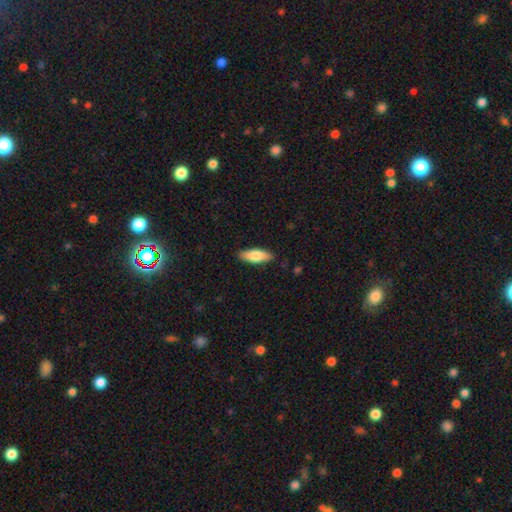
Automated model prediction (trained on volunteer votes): smooth-or-featured: smooth: 77% | featured or disk: 17% | star or artifact: 6%
  how-rounded: in between: 69% | cigar-shaped: 29% | round: 2%
  merging: none: 87% | minor disturbance: 10% | major disturbance: 2% | merger: 1%